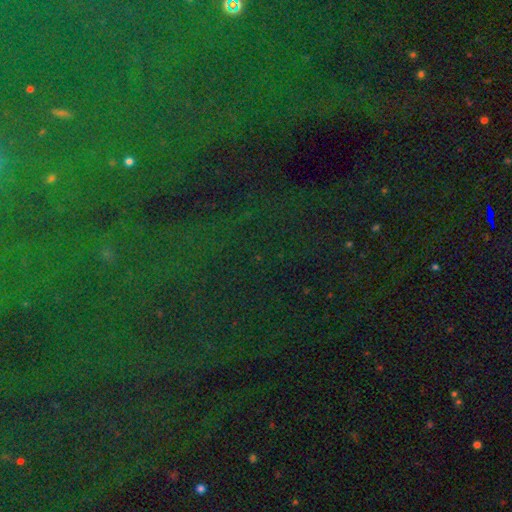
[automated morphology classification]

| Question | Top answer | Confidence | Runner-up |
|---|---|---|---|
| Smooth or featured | star or artifact | 84% | smooth (8%) |